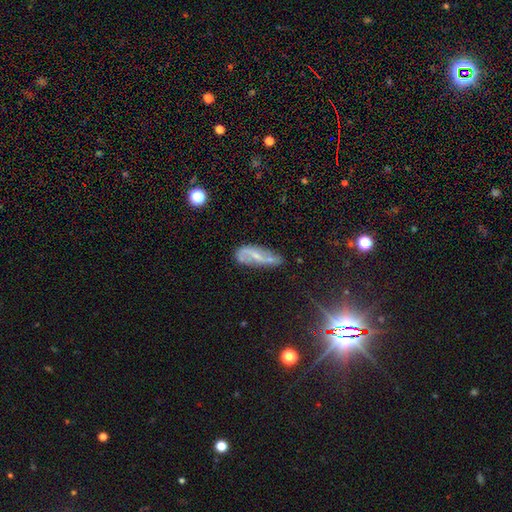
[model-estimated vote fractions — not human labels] This is likely a featured or disk galaxy (66%). It is clearly not viewed edge-on (88%). Bar: marginally no (39%). Spiral arm pattern: likely yes (80%). Central bulge: likely small (62%). Merging: possibly none (51%).